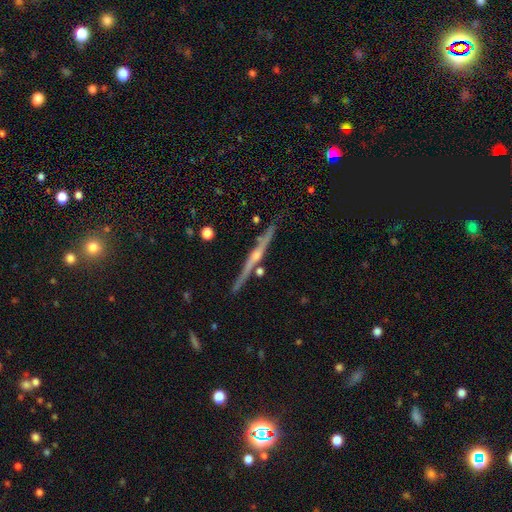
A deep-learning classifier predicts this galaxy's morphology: smooth-or-featured: featured or disk: 74% | smooth: 14% | star or artifact: 12%
  disk-edge-on: yes: 96% | no: 4%
    edge-on-bulge: rounded: 73% | none: 19% | boxy: 8%
  merging: none: 83% | minor disturbance: 10% | merger: 4% | major disturbance: 3%